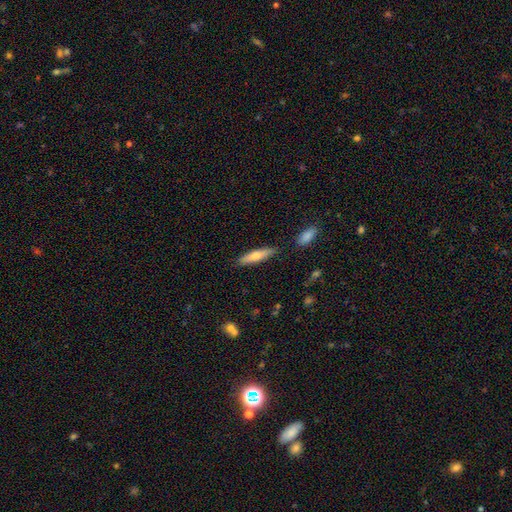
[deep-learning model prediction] This is likely a smooth galaxy (67%). How rounded: likely cigar-shaped (77%). Merging: clearly none (84%).